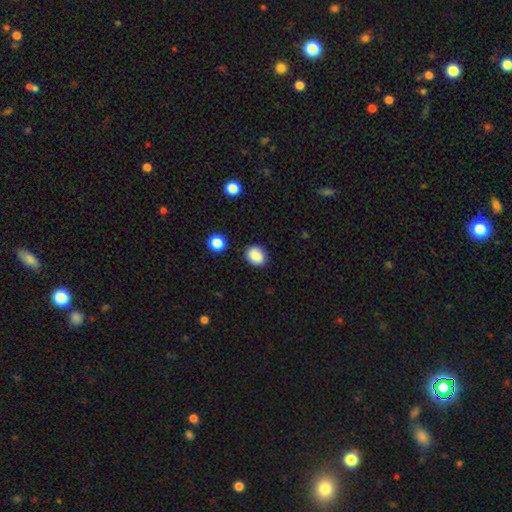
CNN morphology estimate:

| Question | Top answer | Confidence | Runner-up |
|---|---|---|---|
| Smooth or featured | smooth | 86% | star or artifact (9%) |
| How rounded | round | 55% | in between (44%) |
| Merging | none | 85% | minor disturbance (10%) |